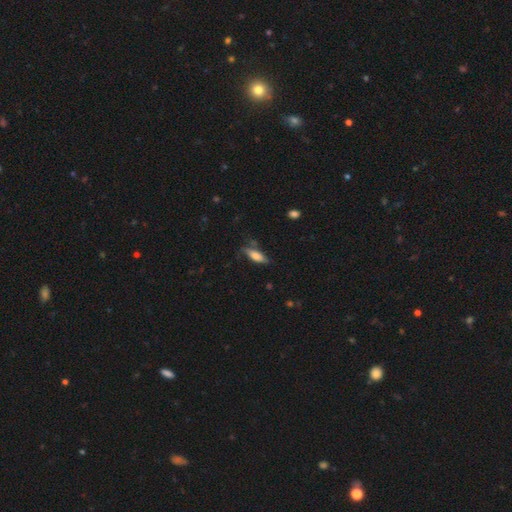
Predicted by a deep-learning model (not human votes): This is likely a smooth galaxy (72%). How rounded: likely in between (60%). Merging: possibly none (60%).